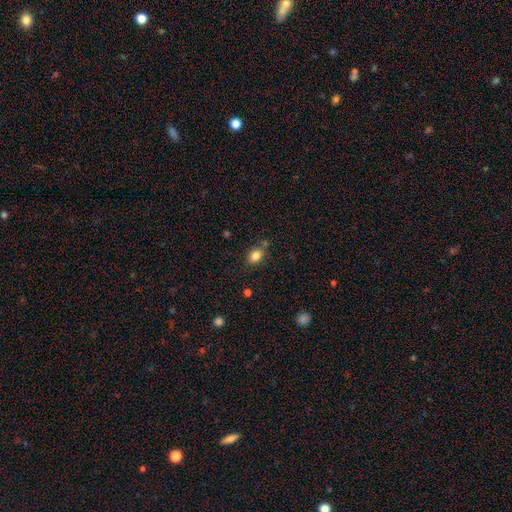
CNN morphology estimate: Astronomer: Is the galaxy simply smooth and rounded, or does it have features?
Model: smooth — 84%.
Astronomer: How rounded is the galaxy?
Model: in between — 65%.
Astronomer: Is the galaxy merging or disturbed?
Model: none — 72%.